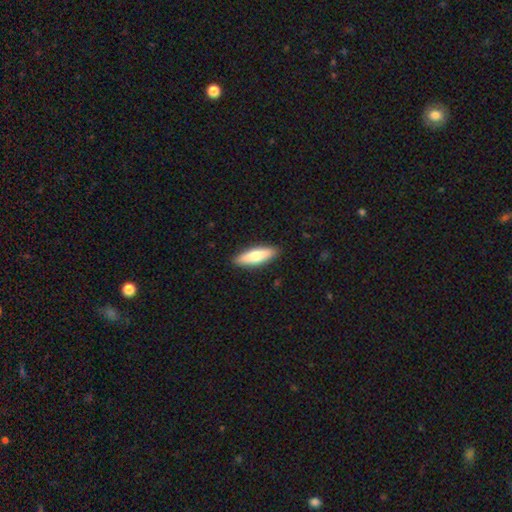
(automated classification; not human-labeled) Smooth or featured? smooth (71%)
How rounded? cigar-shaped (56%)
Merging? none (90%)